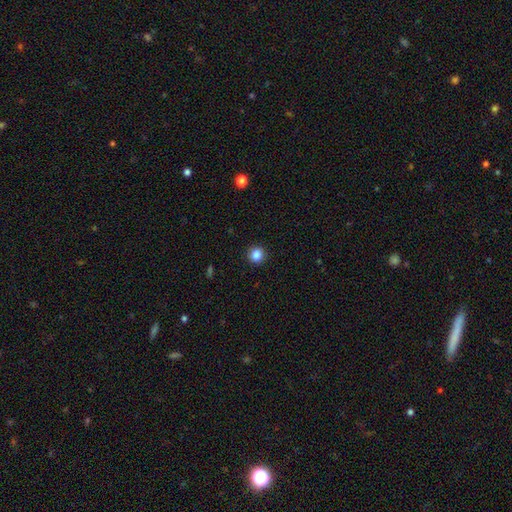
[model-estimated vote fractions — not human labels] smooth_or_featured: smooth (p=0.85) [alt: star or artifact p=0.11]
how_rounded: round (p=0.92) [alt: in between p=0.07]
merging: none (p=0.92) [alt: minor disturbance p=0.05]